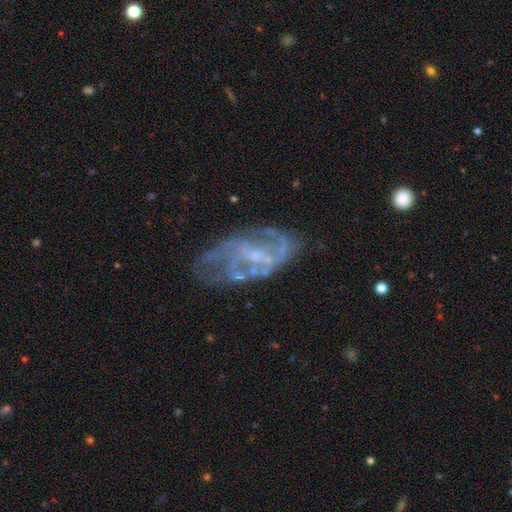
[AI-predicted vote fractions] This appears to be a featured or disk galaxy (80%) with no bar (50%), medium (44%) spiral arms (76%) and a small central bulge (56%). Merging: none (56%).